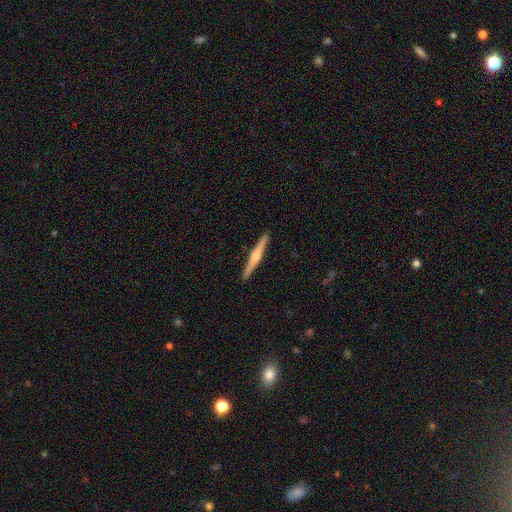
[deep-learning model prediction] featured or disk 70%, smooth 25%, star or artifact 5%. Down the decision tree: edge-on disk — yes (98%); edge-on bulge — rounded (87%); merging — none (92%).